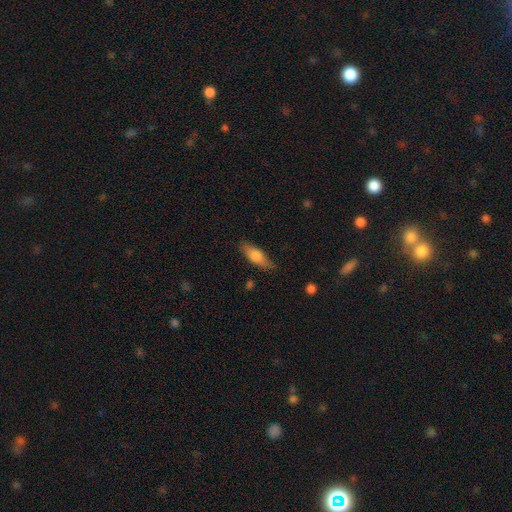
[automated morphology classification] This is likely a smooth galaxy (68%). How rounded: likely in between (63%). Merging: clearly none (80%).